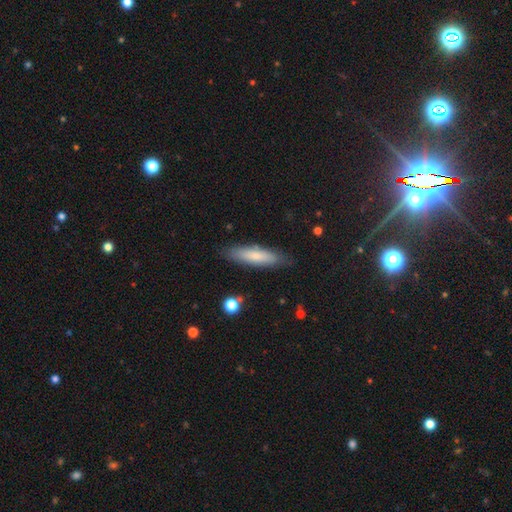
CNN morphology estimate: type=smooth (73%); roundness=cigar-shaped (72%); merging=none (83%).